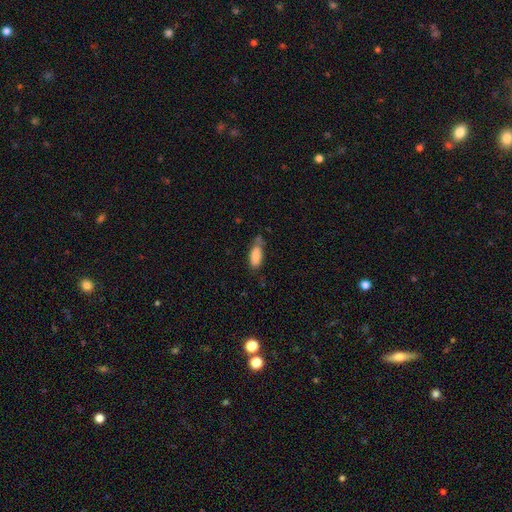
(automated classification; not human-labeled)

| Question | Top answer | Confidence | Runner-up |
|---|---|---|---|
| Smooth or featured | smooth | 85% | featured or disk (8%) |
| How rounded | in between | 81% | cigar-shaped (17%) |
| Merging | none | 54% | minor disturbance (29%) |